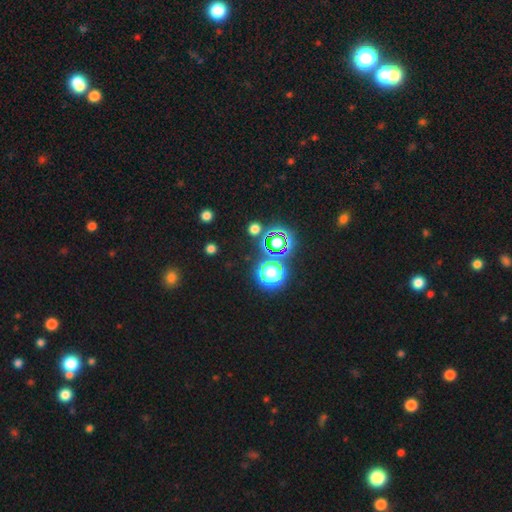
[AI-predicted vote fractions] Smooth or featured? Predicted: star or artifact (p=0.72).